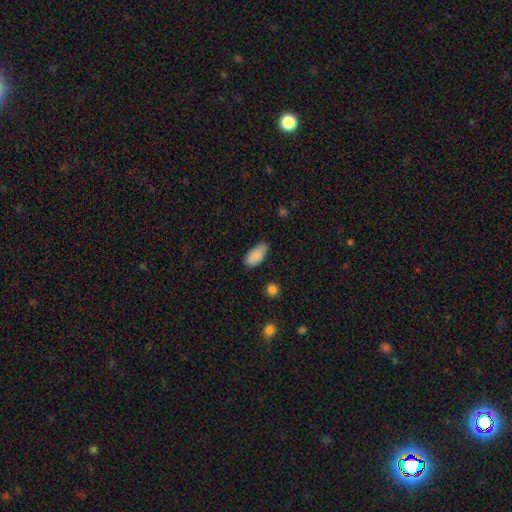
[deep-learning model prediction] A smooth galaxy with no disk features (88%) that is in between round and cigar-shaped (90%).

Vote fractions:
- Smooth or featured? smooth: 88% / star or artifact: 7% / featured or disk: 5%
- How rounded? in between: 90% / cigar-shaped: 8% / round: 2%
- Merging? none: 74% / minor disturbance: 21% / major disturbance: 3% / merger: 2%